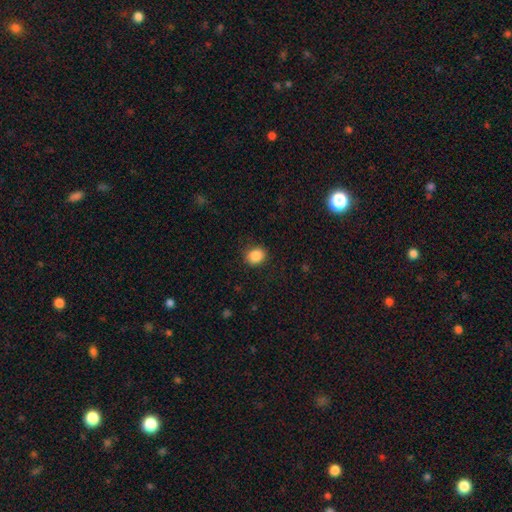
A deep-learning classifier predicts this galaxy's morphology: The model was most divided on "how rounded": round: 72%, in between: 27%, cigar-shaped: 1%. More confident: smooth or featured — smooth (87%); merging — none (85%).